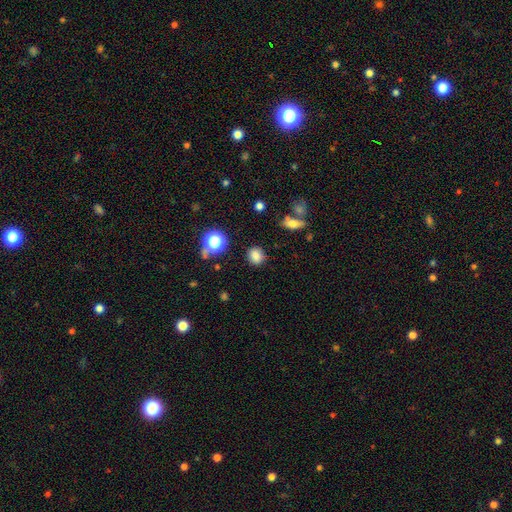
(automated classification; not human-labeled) A smooth galaxy with no disk features (81%) that is round (69%).

Vote fractions:
- Smooth or featured? smooth: 81% / star or artifact: 13% / featured or disk: 6%
- How rounded? round: 69% / in between: 29% / cigar-shaped: 2%
- Merging? none: 85% / minor disturbance: 9% / major disturbance: 3% / merger: 3%